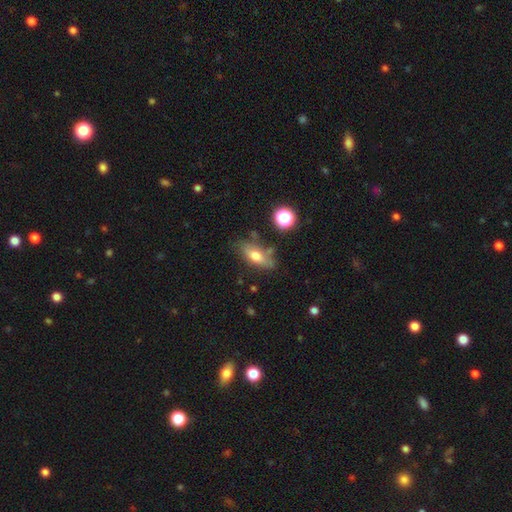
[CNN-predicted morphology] Smooth or featured? Predicted: smooth (p=0.64). How rounded? Predicted: in between (p=0.72). Merging? Predicted: none (p=0.65).